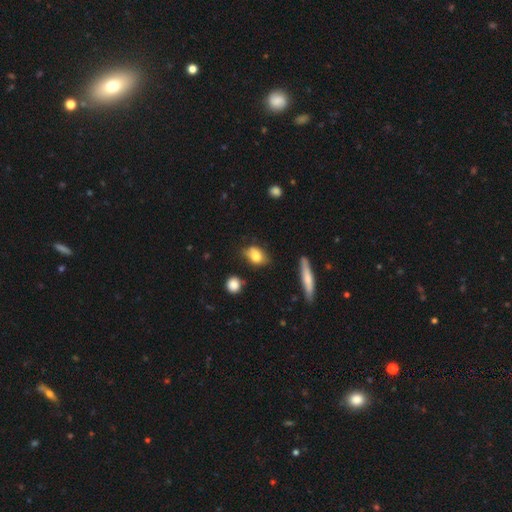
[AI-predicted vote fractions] A smooth galaxy with no disk features (75%) that is in between round and cigar-shaped (78%).

Vote fractions:
- Smooth or featured? smooth: 75% / featured or disk: 16% / star or artifact: 9%
- How rounded? in between: 78% / round: 16% / cigar-shaped: 6%
- Merging? none: 58% / minor disturbance: 29% / major disturbance: 9% / merger: 5%